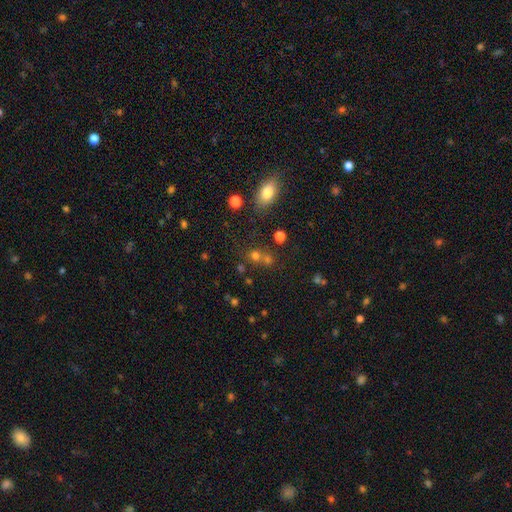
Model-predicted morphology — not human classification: smooth-or-featured: smooth: 65% | star or artifact: 25% | featured or disk: 11%
  how-rounded: round: 79% | in between: 19% | cigar-shaped: 1%
  merging: none: 53% | merger: 34% | minor disturbance: 8% | major disturbance: 4%